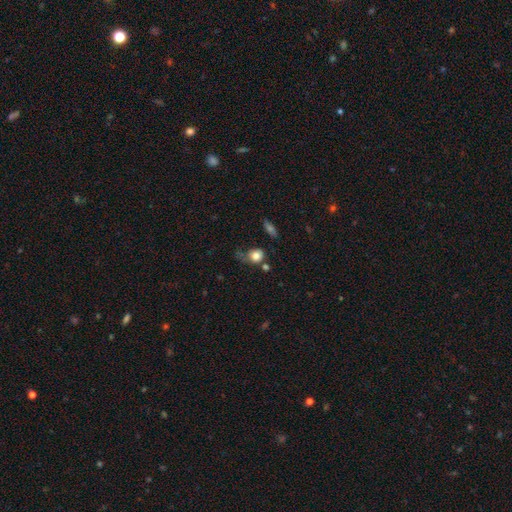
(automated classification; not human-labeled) Smooth or featured?
  - smooth: 79% *
  - featured or disk: 12%
  - star or artifact: 9%
How rounded?
  - round: 66% *
  - in between: 33%
  - cigar-shaped: 2%
Merging?
  - none: 37% *
  - minor disturbance: 27%
  - major disturbance: 27%
  - merger: 9%